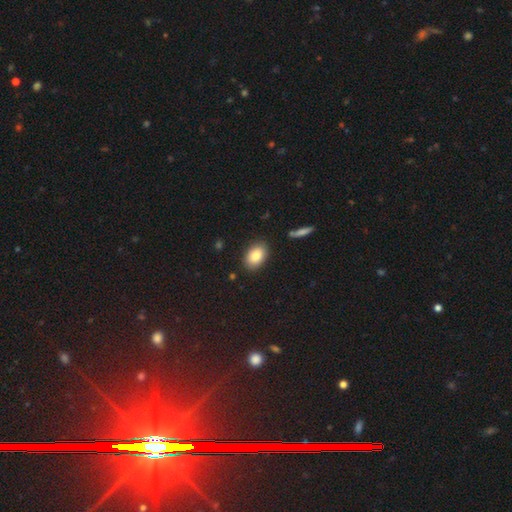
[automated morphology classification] This appears to be a smooth galaxy with no disk features (86%) that is in between round and cigar-shaped (88%). Merging: none (86%).